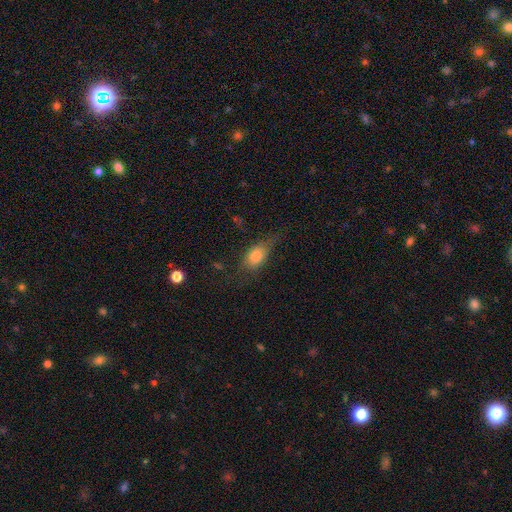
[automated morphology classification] Smooth or featured: smooth — 73% (featured or disk — 17%)
How rounded: in between — 78% (cigar-shaped — 11%)
Merging: none — 49% (minor disturbance — 30%)